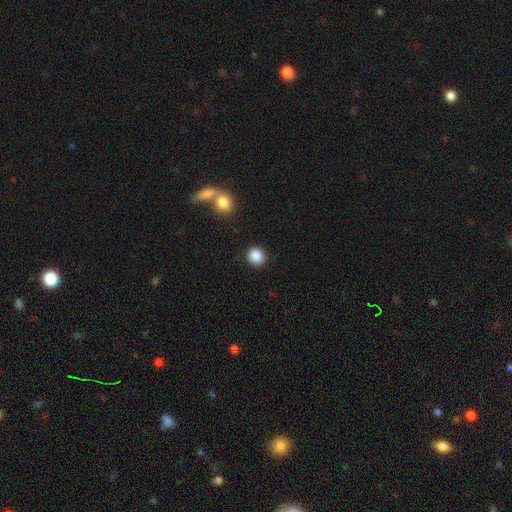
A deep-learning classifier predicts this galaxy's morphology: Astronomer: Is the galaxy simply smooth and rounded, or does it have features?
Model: smooth — 88%.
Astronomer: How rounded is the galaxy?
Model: round — 92%.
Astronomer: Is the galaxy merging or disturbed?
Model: none — 90%.